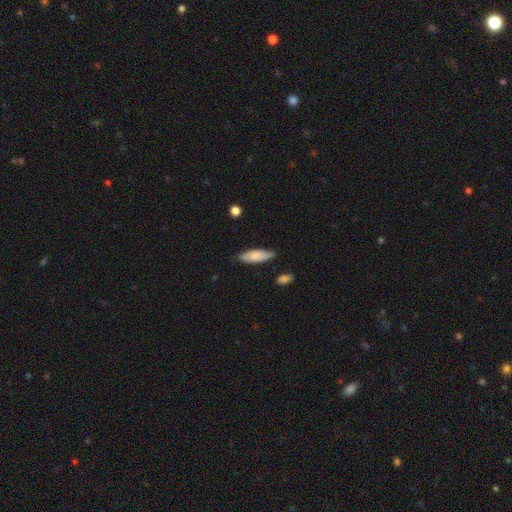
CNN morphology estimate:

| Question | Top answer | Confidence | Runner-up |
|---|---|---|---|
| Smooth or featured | smooth | 80% | featured or disk (14%) |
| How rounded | in between | 59% | cigar-shaped (40%) |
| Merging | none | 79% | minor disturbance (17%) |